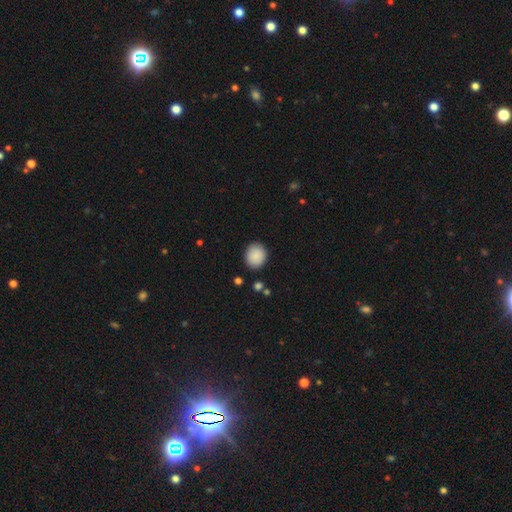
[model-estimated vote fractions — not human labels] A smooth galaxy with no disk features (88%) that is round (69%). Merging: none (88%).